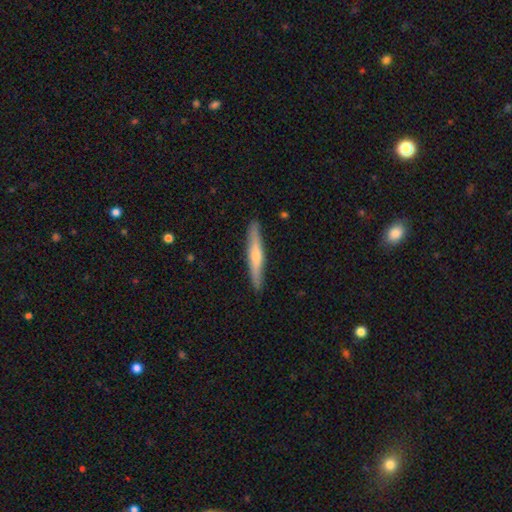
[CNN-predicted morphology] A featured or disk galaxy (51%) viewed edge-on (95%). Merging: none (90%).